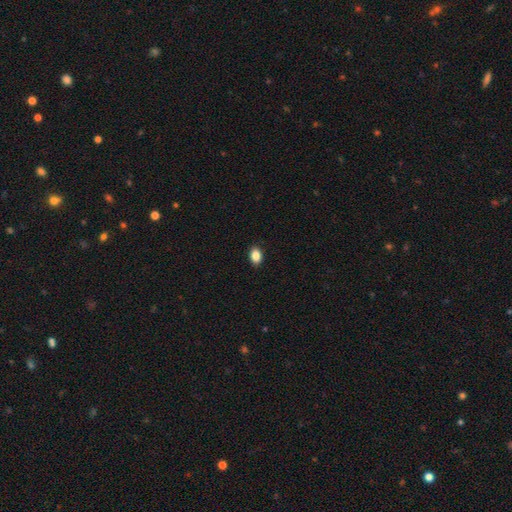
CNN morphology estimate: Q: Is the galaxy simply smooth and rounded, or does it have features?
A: smooth — 87%.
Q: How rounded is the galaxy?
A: in between — 82%.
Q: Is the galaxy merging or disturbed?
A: none — 90%.